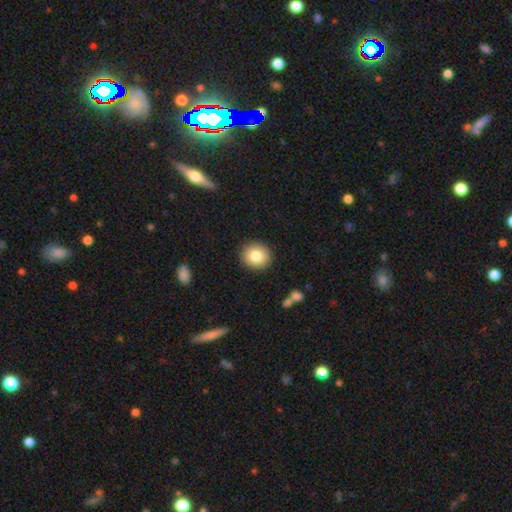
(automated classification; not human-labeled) The model was most divided on "smooth or featured": smooth: 82%, featured or disk: 10%, star or artifact: 9%. More confident: merging — none (91%); how rounded — round (88%).